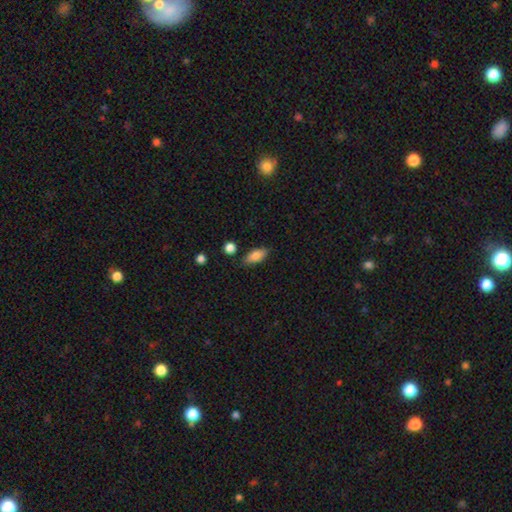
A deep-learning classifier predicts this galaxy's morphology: Overall: smooth (84%). How rounded: in between (85%). Merging: none (82%).